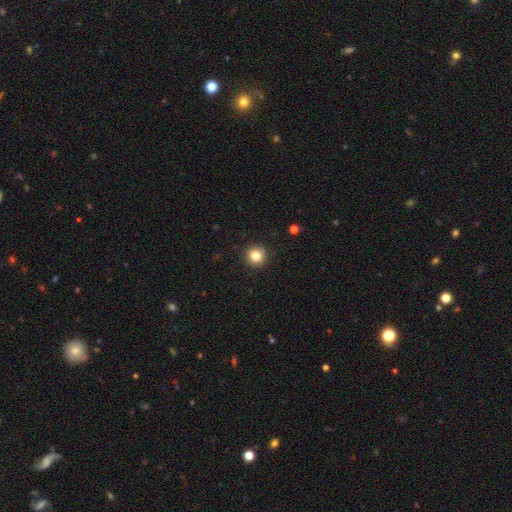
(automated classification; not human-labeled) Overall: smooth (82%). How rounded: round (94%). Merging: none (92%).